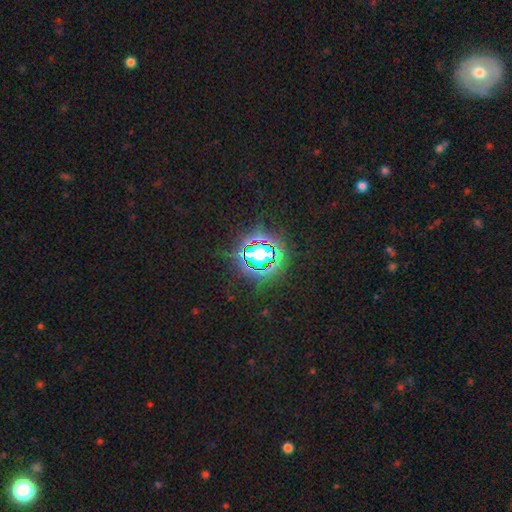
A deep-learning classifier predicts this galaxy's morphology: Smooth or featured?
  - star or artifact: 72% *
  - smooth: 18%
  - featured or disk: 11%